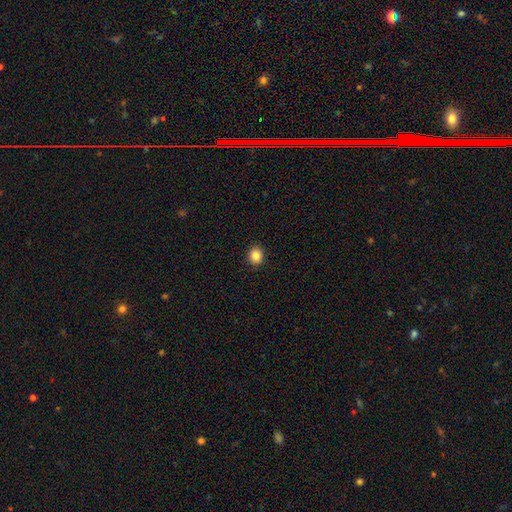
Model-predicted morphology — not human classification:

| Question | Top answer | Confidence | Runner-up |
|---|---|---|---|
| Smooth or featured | smooth | 86% | star or artifact (10%) |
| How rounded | round | 77% | in between (22%) |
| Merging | none | 92% | minor disturbance (5%) |